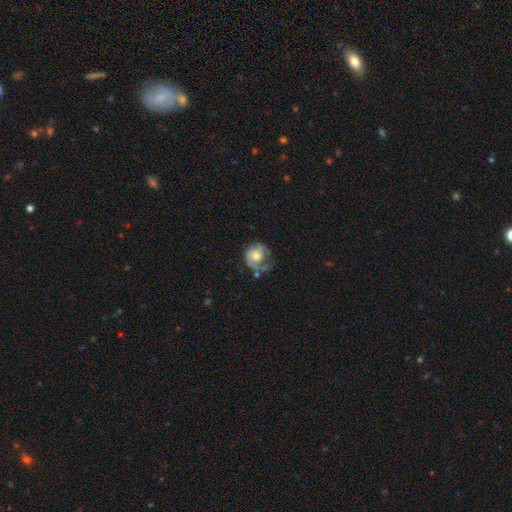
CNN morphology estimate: type=featured or disk (57%); edge-on=no (97%); bar=no (77%); spiral arms=yes (80%); bulge=moderate (56%); merging=none (41%).